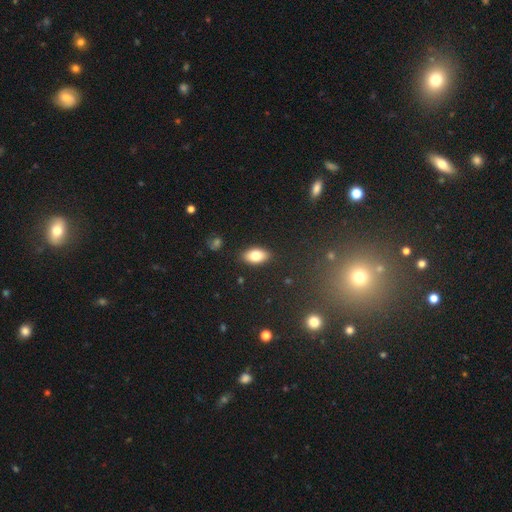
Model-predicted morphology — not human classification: Smooth or featured? Predicted: smooth (p=0.80). How rounded? Predicted: in between (p=0.92). Merging? Predicted: none (p=0.88).